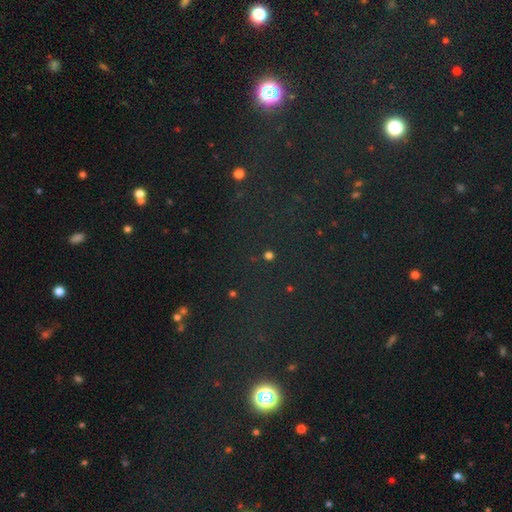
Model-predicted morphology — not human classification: A star or artifact, not a galaxy (72%).